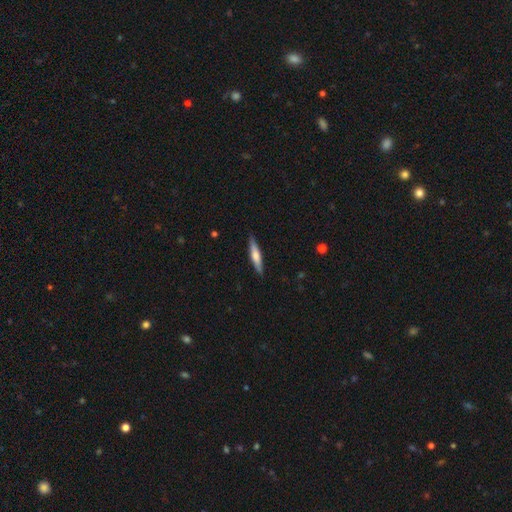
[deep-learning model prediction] Smooth or featured? Predicted: smooth (p=0.54). How rounded? Predicted: cigar-shaped (p=0.87). Merging? Predicted: none (p=0.88).